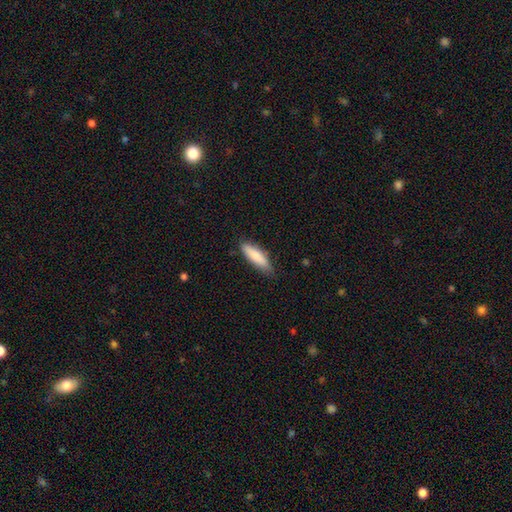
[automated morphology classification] smooth-or-featured: smooth: 82% | featured or disk: 12% | star or artifact: 6%
  how-rounded: cigar-shaped: 61% | in between: 38% | round: 1%
  merging: none: 79% | minor disturbance: 17% | major disturbance: 3% | merger: 1%